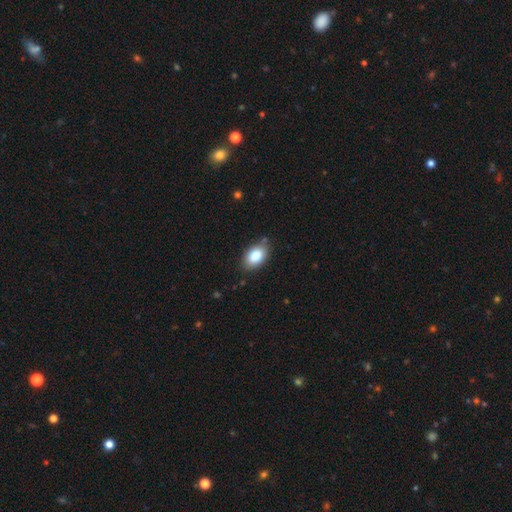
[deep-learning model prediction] Q: Smooth or featured?
A: smooth (82%); runner-up: featured or disk (10%)
Q: How rounded?
A: in between (89%); runner-up: round (10%)
Q: Merging?
A: none (83%); runner-up: minor disturbance (13%)